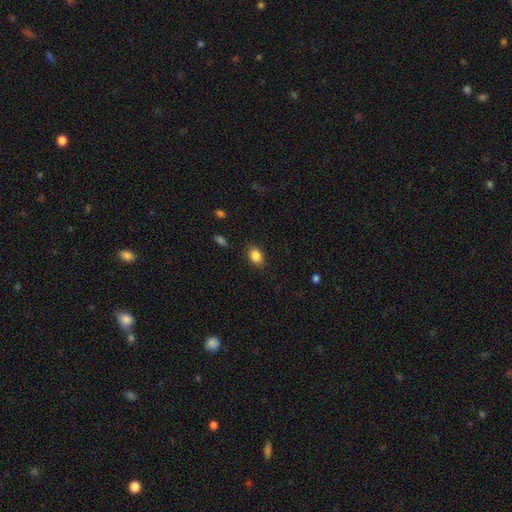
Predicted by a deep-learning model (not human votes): Overall: smooth (85%). How rounded: in between (76%). Merging: none (85%).